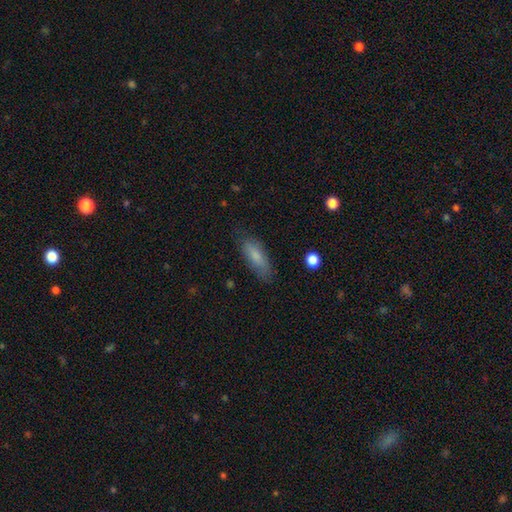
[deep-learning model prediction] This is likely a smooth galaxy (79%). How rounded: possibly in between (57%). Merging: likely none (78%).